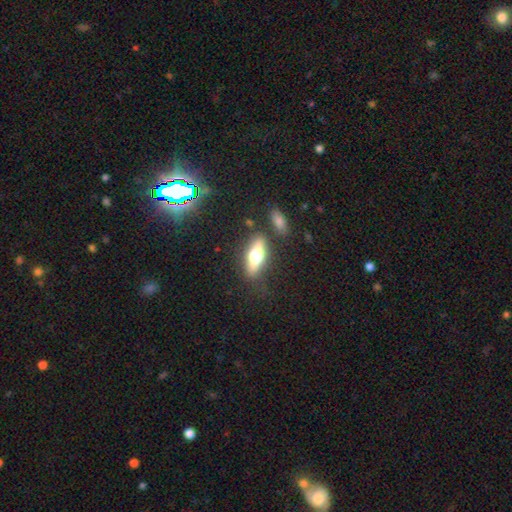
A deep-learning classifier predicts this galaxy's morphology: smooth-or-featured: smooth: 49% | featured or disk: 44% | star or artifact: 8%
  merging: none: 77% | minor disturbance: 12% | merger: 6% | major disturbance: 5%